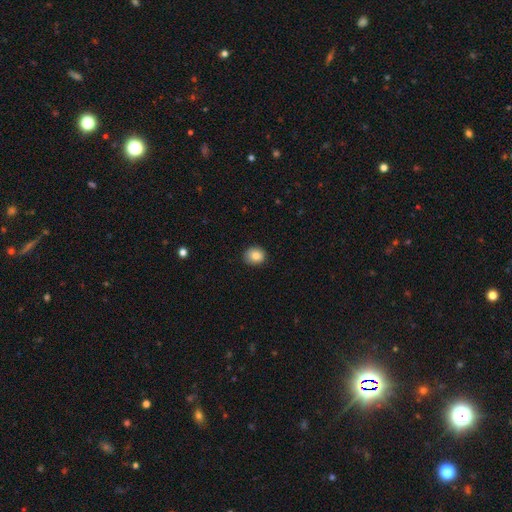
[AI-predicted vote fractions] Q: Smooth or featured?
A: smooth (82%); runner-up: star or artifact (9%)
Q: How rounded?
A: round (73%); runner-up: in between (26%)
Q: Merging?
A: none (88%); runner-up: minor disturbance (9%)